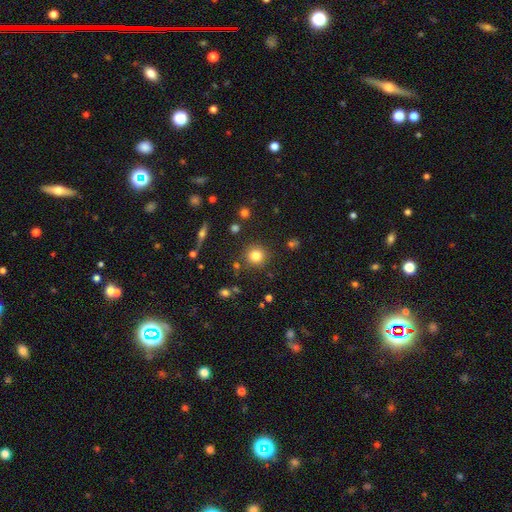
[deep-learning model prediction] This appears to be a smooth galaxy with no disk features (80%) that is round (93%). Merging: none (86%).